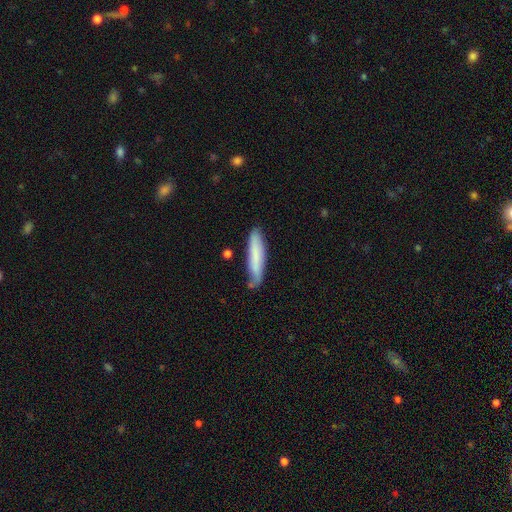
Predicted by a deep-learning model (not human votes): Q: Smooth or featured?
A: smooth (74%); runner-up: featured or disk (21%)
Q: How rounded?
A: cigar-shaped (87%); runner-up: in between (12%)
Q: Merging?
A: none (74%); runner-up: minor disturbance (20%)